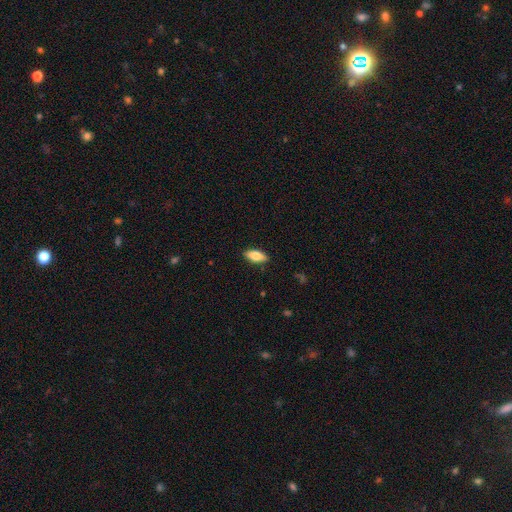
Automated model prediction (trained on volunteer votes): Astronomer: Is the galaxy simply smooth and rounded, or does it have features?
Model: smooth — 76%.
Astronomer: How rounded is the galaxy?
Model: in between — 81%.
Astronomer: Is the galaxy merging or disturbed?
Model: none — 88%.